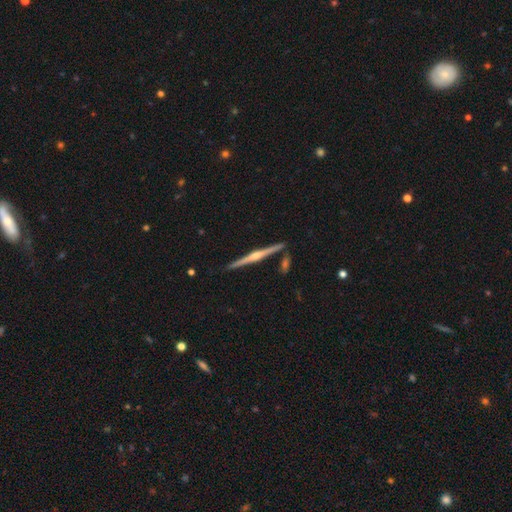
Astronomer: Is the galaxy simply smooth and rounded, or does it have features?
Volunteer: featured or disk — 89%.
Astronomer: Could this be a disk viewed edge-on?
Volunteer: yes — 100%.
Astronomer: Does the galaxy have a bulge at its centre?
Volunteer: rounded — 94%.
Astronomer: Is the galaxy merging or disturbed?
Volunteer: none — 91%.